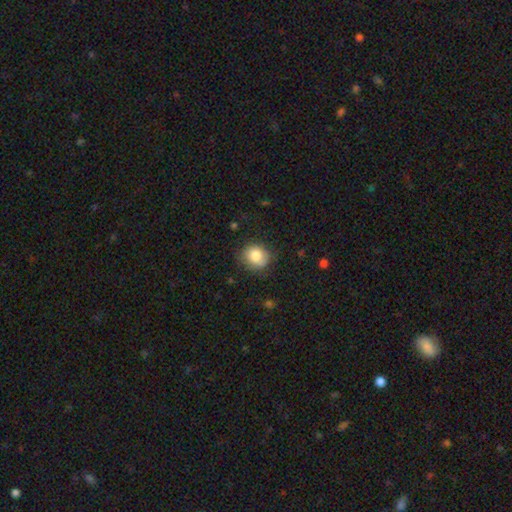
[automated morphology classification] smooth 81%, featured or disk 11%, star or artifact 9%. Down the decision tree: how rounded — round (71%); merging — none (72%).